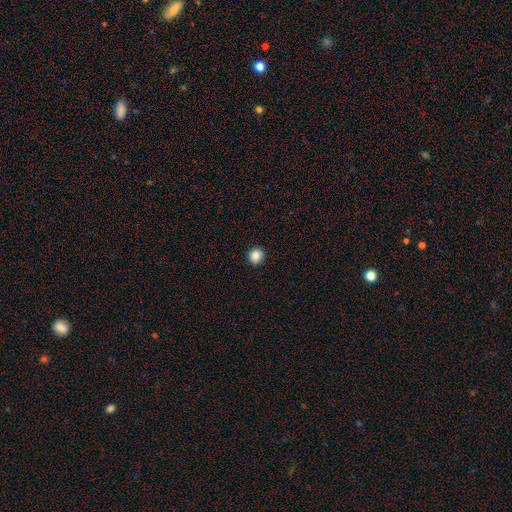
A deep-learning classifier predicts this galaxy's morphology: This is clearly a smooth galaxy (85%). How rounded: clearly round (89%). Merging: clearly none (90%).